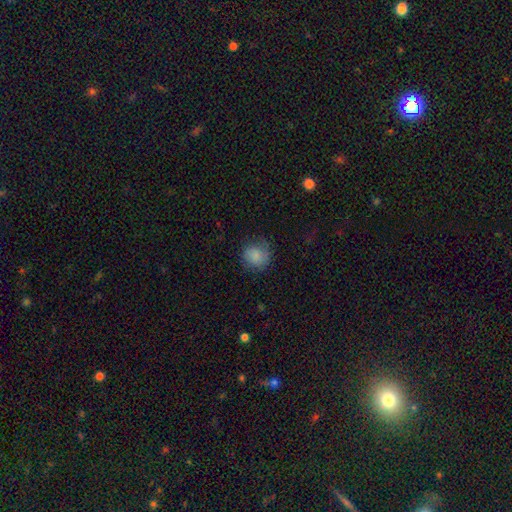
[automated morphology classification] smooth 79%, featured or disk 13%, star or artifact 8%. Down the decision tree: how rounded — round (83%); merging — none (69%).